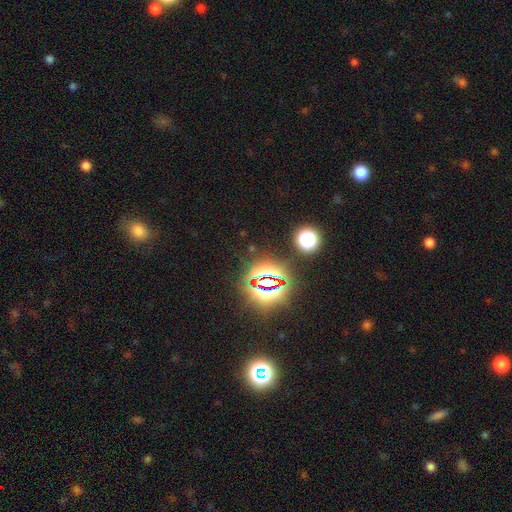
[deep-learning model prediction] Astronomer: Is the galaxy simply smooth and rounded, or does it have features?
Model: star or artifact — 77%.